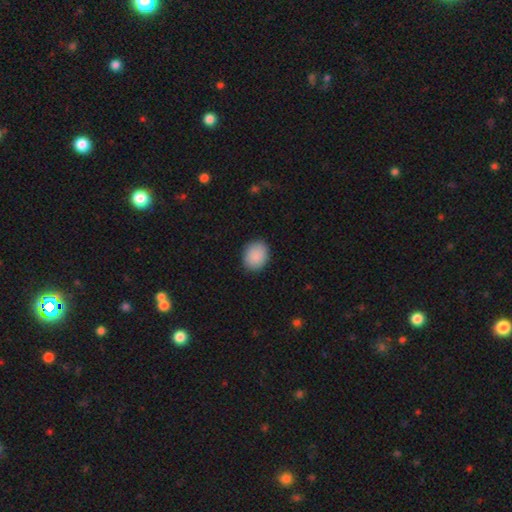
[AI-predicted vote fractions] Smooth or featured? smooth (90%)
How rounded? round (53%)
Merging? none (87%)